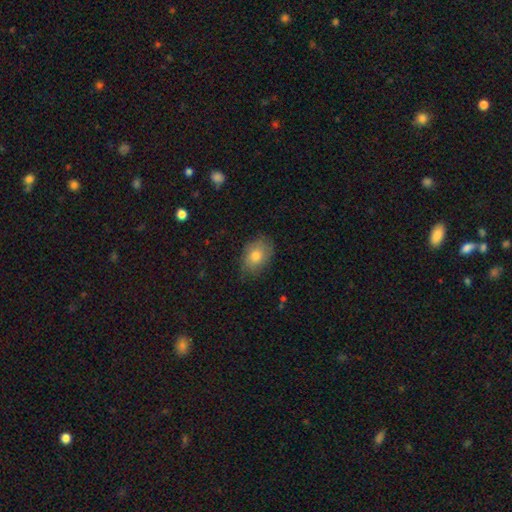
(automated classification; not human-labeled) The model was most divided on "how rounded": in between: 77%, round: 21%, cigar-shaped: 1%. More confident: merging — none (76%); smooth or featured — smooth (75%).